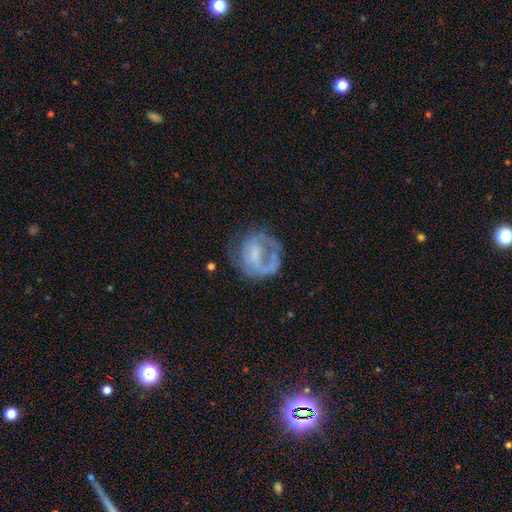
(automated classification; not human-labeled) Q: Smooth or featured?
A: featured or disk (62%); runner-up: smooth (29%)
Q: Edge-on disk?
A: no (97%); runner-up: yes (3%)
Q: Bar?
A: no (51%); runner-up: weak (36%)
Q: Spiral arms?
A: yes (52%); runner-up: no (48%)
Q: Bulge size?
A: none (35%); runner-up: small (30%)
Q: Merging?
A: none (48%); runner-up: major disturbance (27%)